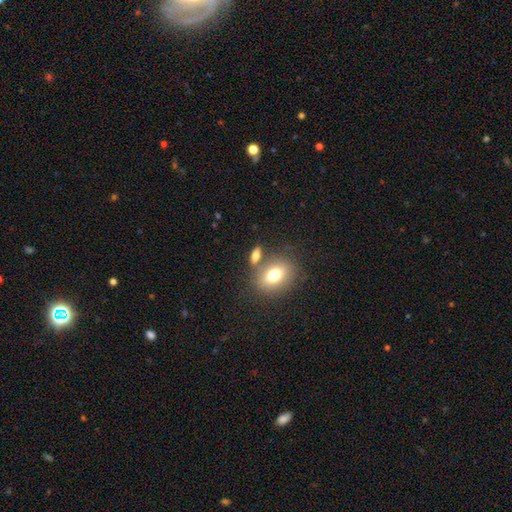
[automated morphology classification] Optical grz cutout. It shows a smooth galaxy with no disk features (74%) that is in between round and cigar-shaped (72%). Merging: none (62%).